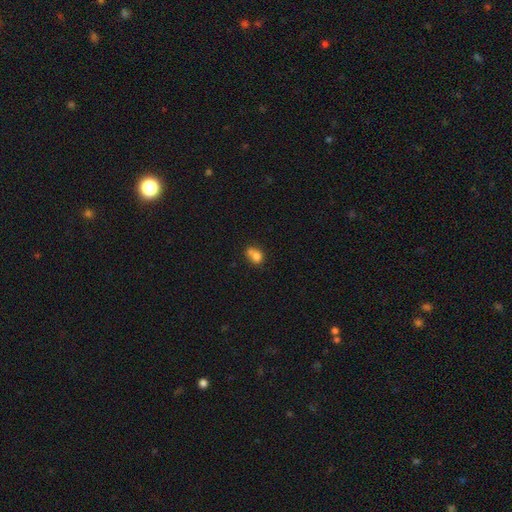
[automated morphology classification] Smooth or featured: smooth — 73% (featured or disk — 16%)
How rounded: in between — 53% (round — 45%)
Merging: merger — 44% (none — 32%)